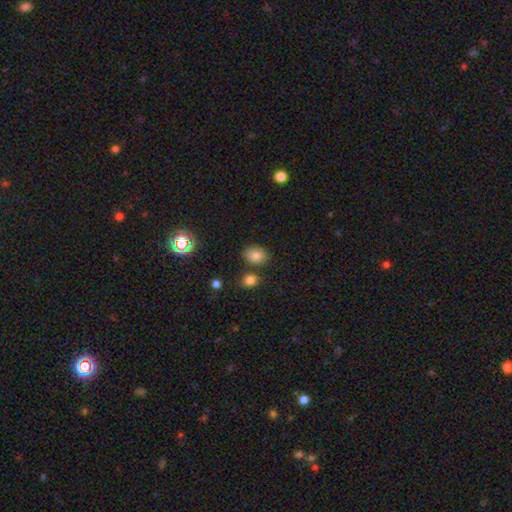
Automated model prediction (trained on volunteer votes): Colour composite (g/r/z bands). It shows a smooth galaxy with no disk features (81%) that is in between round and cigar-shaped (64%). Merging: none (75%).